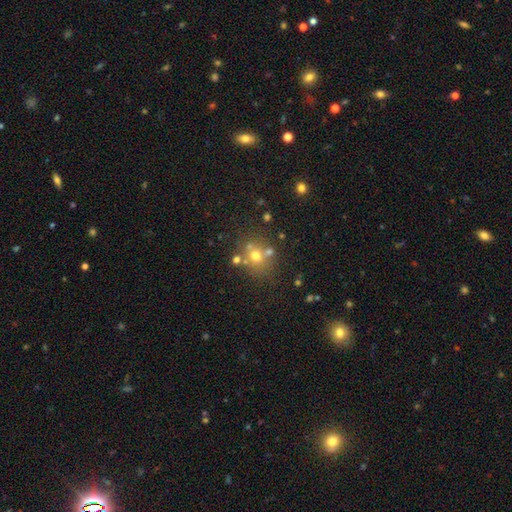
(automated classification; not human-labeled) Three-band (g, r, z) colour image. It shows a smooth galaxy with no disk features (59%) that is round (76%). Merging: none (60%).